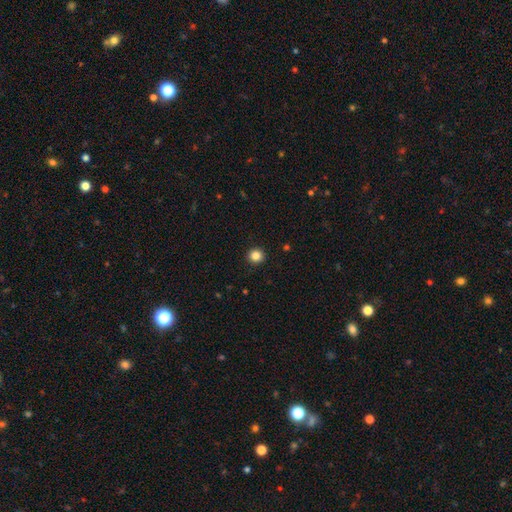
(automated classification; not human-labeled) Overall: smooth (84%). How rounded: round (94%). Merging: none (93%).